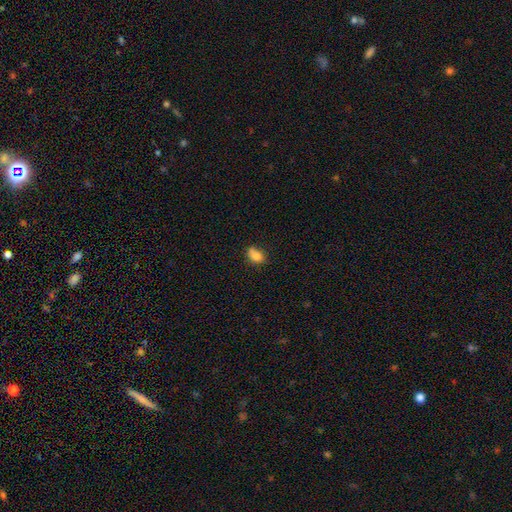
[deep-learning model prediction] Smooth or featured: smooth — 81% (star or artifact — 10%)
How rounded: in between — 70% (round — 29%)
Merging: none — 50% (minor disturbance — 28%)